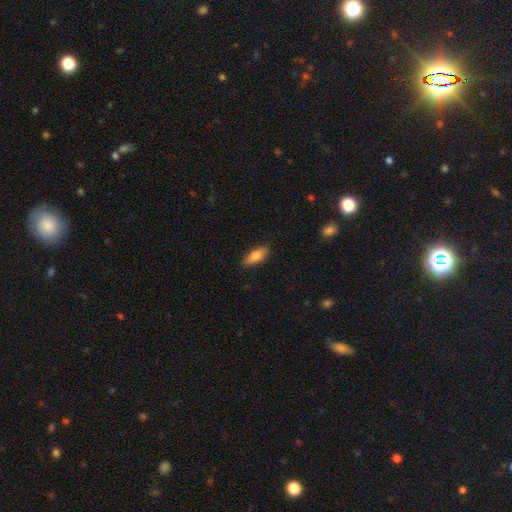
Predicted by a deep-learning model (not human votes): Smooth or featured? smooth (80%)
How rounded? in between (80%)
Merging? none (87%)